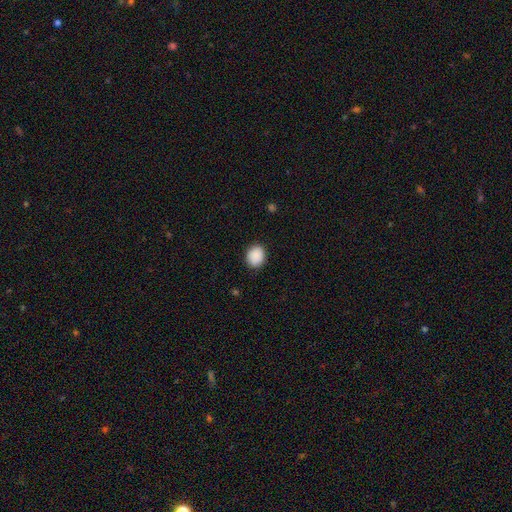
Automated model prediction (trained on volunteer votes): Smooth or featured? Predicted: smooth (p=0.90). How rounded? Predicted: round (p=0.59). Merging? Predicted: none (p=0.87).